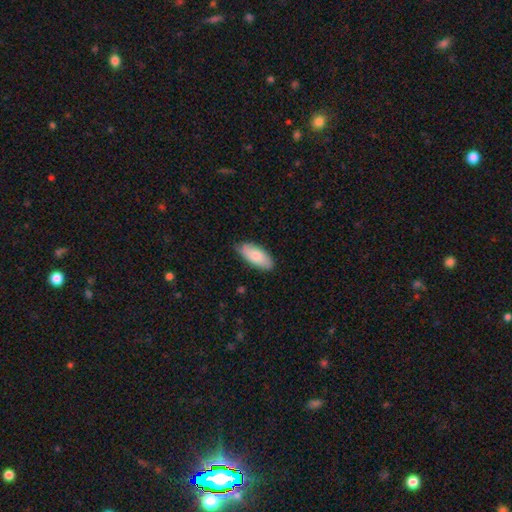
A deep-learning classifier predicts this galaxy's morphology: Smooth or featured: smooth — 81% (featured or disk — 14%)
How rounded: in between — 88% (cigar-shaped — 10%)
Merging: none — 79% (minor disturbance — 17%)